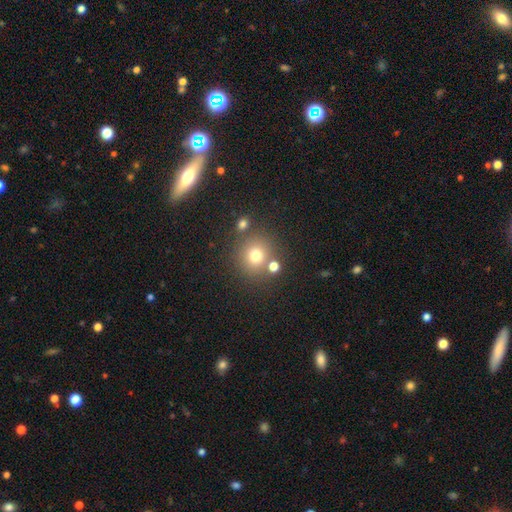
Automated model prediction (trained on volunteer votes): Overall: smooth (74%). How rounded: round (89%). Merging: none (73%).